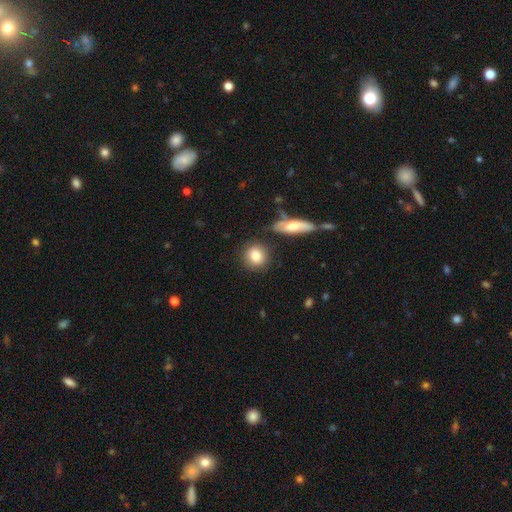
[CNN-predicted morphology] The model was most divided on "how rounded": round: 78%, in between: 19%, cigar-shaped: 3%. More confident: smooth or featured — smooth (82%); merging — none (79%).